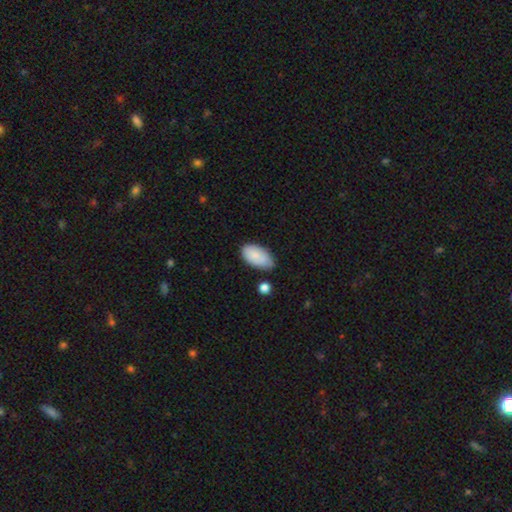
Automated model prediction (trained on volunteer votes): This is clearly a smooth galaxy (82%). How rounded: clearly in between (95%). Merging: likely none (64%).